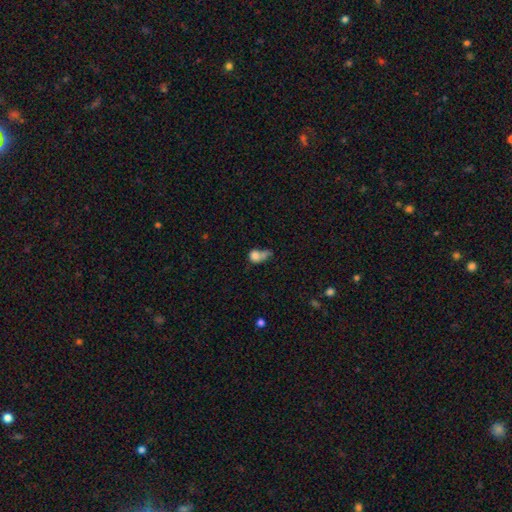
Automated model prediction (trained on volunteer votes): smooth_or_featured: smooth (p=0.73) [alt: featured or disk p=0.16]
how_rounded: round (p=0.50) [alt: in between p=0.47]
merging: merger (p=0.34) [alt: major disturbance p=0.25]